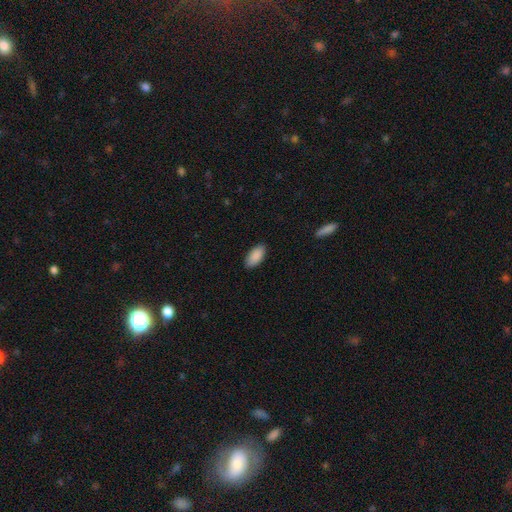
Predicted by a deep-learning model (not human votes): Smooth or featured: smooth — 90% (star or artifact — 6%)
How rounded: in between — 93% (cigar-shaped — 5%)
Merging: none — 86% (minor disturbance — 10%)